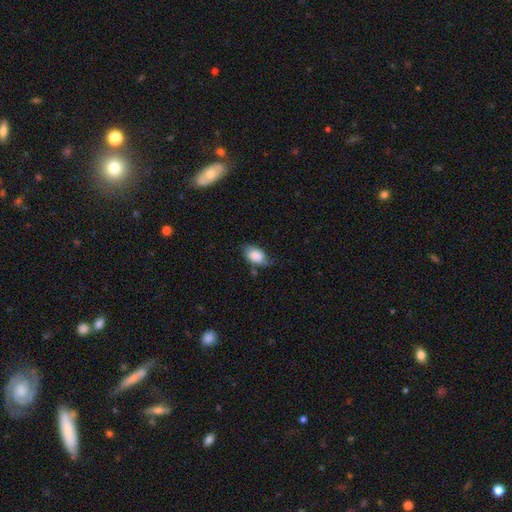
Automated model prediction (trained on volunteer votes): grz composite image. It shows a smooth galaxy with no disk features (79%) that is in between round and cigar-shaped (87%). Merging: none (48%).